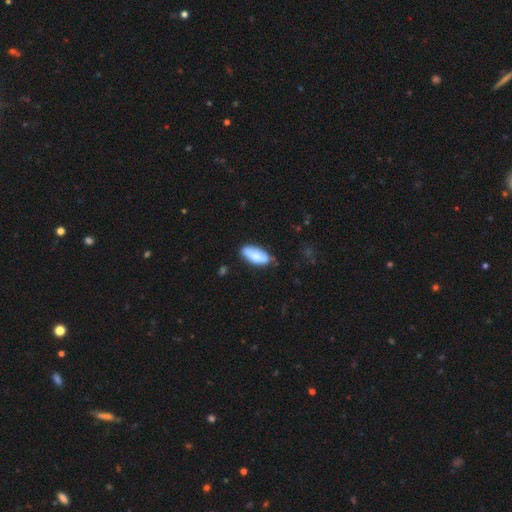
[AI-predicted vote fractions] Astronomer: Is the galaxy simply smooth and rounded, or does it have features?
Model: smooth — 71%.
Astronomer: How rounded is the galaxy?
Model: in between — 81%.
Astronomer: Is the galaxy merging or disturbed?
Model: none — 66%.